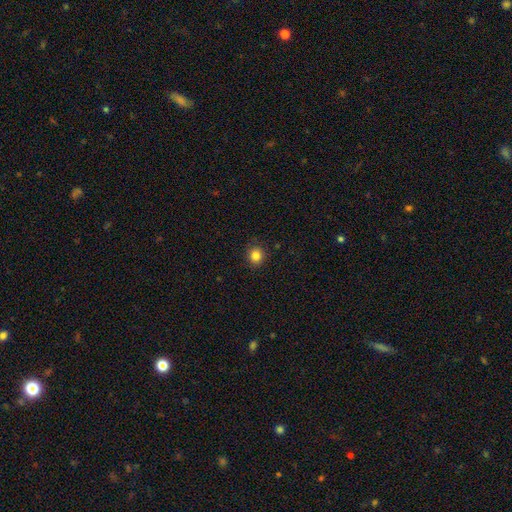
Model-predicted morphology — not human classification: This is clearly a smooth galaxy (84%). How rounded: clearly round (86%). Merging: clearly none (89%).